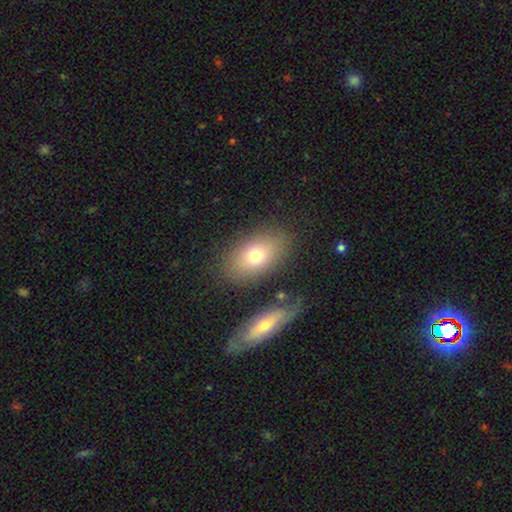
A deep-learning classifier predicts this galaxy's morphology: smooth-or-featured: smooth: 72% | featured or disk: 18% | star or artifact: 10%
  how-rounded: in between: 84% | round: 13% | cigar-shaped: 2%
  merging: none: 77% | minor disturbance: 12% | merger: 6% | major disturbance: 5%